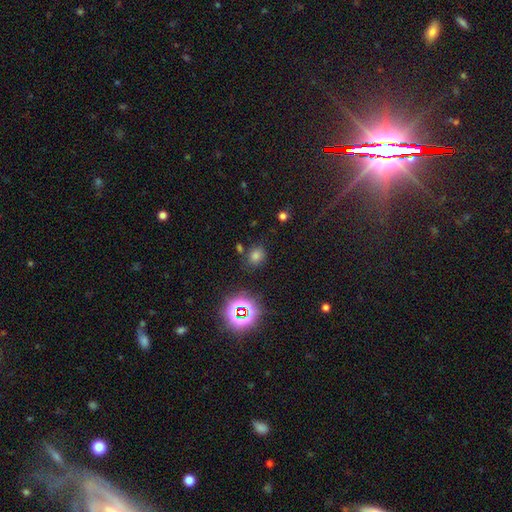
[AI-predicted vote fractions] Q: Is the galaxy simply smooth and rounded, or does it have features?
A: smooth — 58%.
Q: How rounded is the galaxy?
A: round — 58%.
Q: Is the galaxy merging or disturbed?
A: none — 80%.